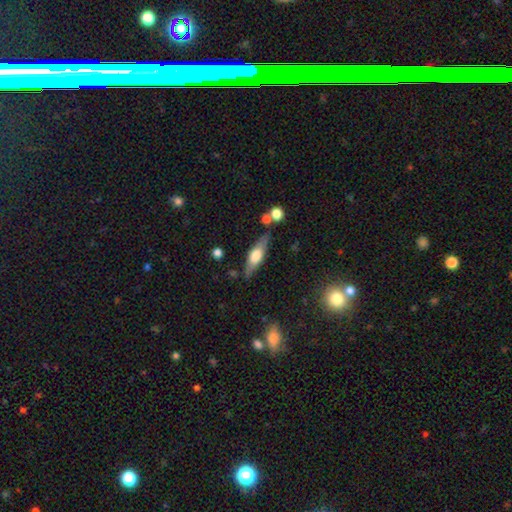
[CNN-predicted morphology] Smooth or featured? featured or disk (50%)
Edge-on disk? yes (88%)
Merging? none (77%)